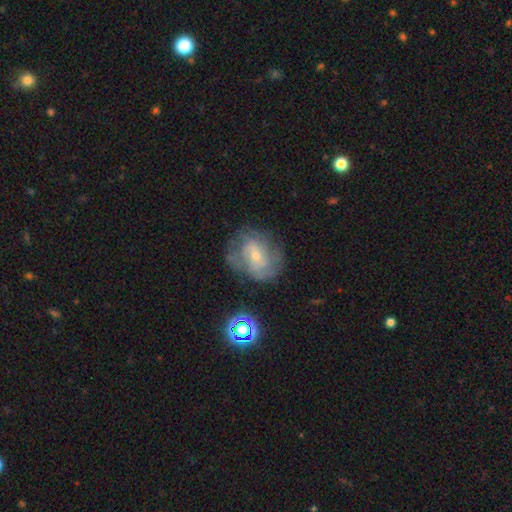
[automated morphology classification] This appears to be a featured or disk galaxy (68%) with no bar (59%), tight (45%) spiral arms (80%) and a small central bulge (63%). Merging: none (62%).